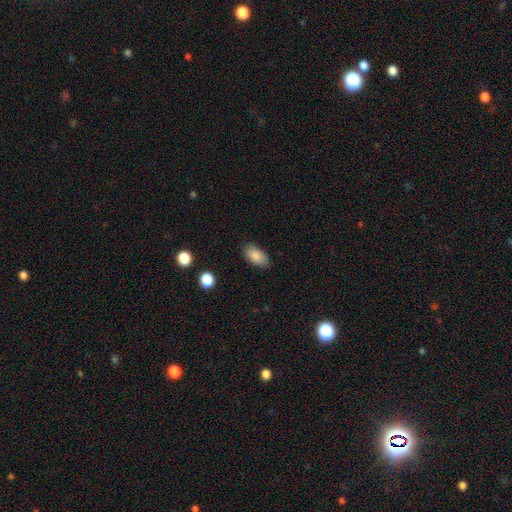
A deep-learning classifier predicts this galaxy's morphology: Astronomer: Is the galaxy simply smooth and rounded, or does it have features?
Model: smooth — 85%.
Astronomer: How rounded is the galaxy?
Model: in between — 93%.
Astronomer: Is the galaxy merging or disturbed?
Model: none — 84%.